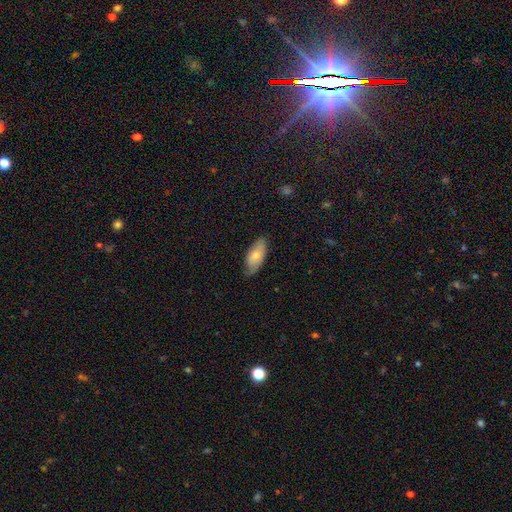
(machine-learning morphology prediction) Smooth or featured? smooth (62%)
How rounded? in between (88%)
Merging? none (71%)